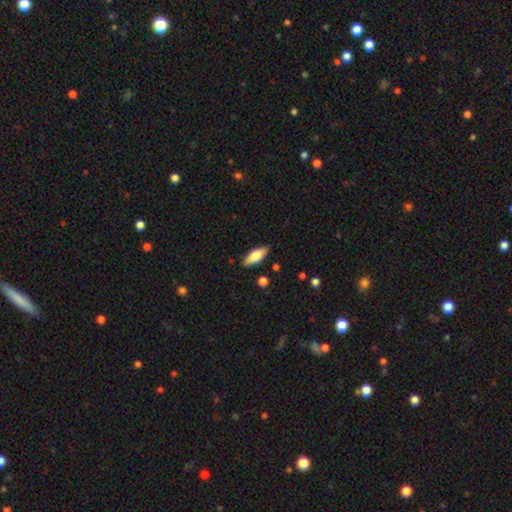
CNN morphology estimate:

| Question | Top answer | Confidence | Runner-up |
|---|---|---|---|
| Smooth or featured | smooth | 71% | featured or disk (23%) |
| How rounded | in between | 73% | cigar-shaped (25%) |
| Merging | none | 86% | minor disturbance (10%) |